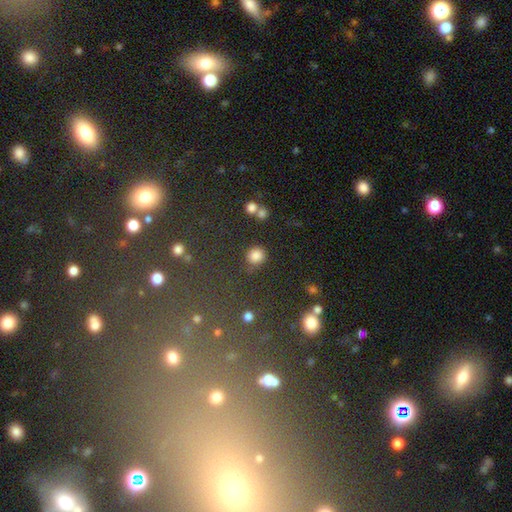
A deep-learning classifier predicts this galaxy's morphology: type=smooth (84%); roundness=round (88%); merging=none (82%).